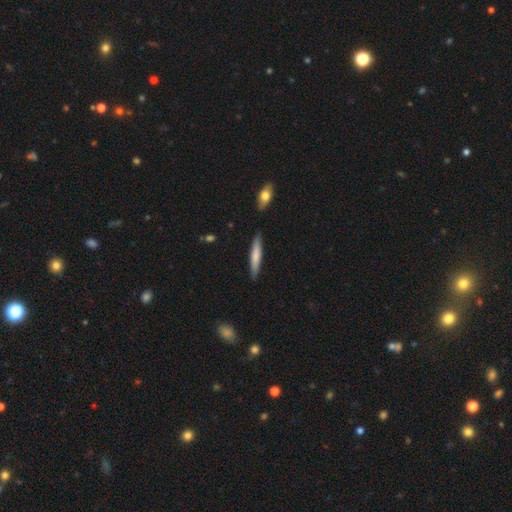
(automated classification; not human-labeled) Smooth or featured?
  - smooth: 69% *
  - featured or disk: 26%
  - star or artifact: 5%
How rounded?
  - cigar-shaped: 91% *
  - in between: 7%
  - round: 1%
Merging?
  - none: 88% *
  - minor disturbance: 9%
  - merger: 2%
  - major disturbance: 2%